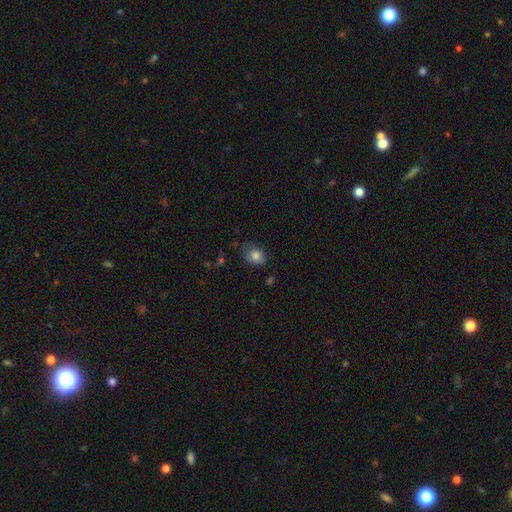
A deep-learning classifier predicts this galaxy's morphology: The model was most divided on "how rounded": in between: 56%, round: 43%, cigar-shaped: 1%. More confident: smooth or featured — smooth (79%); merging — none (65%).